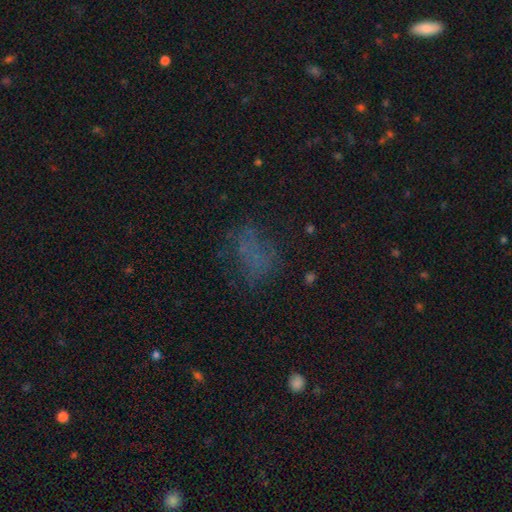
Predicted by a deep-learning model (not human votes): A smooth galaxy with no disk features (47%). Merging: none (55%).